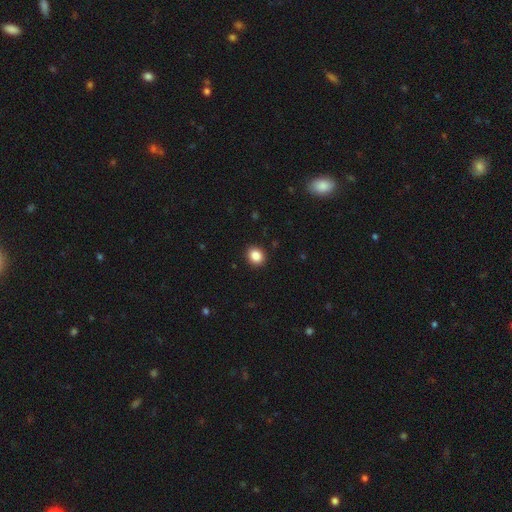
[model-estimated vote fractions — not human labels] Overall: smooth (87%). How rounded: round (65%; in between 34%). Merging: none (91%).